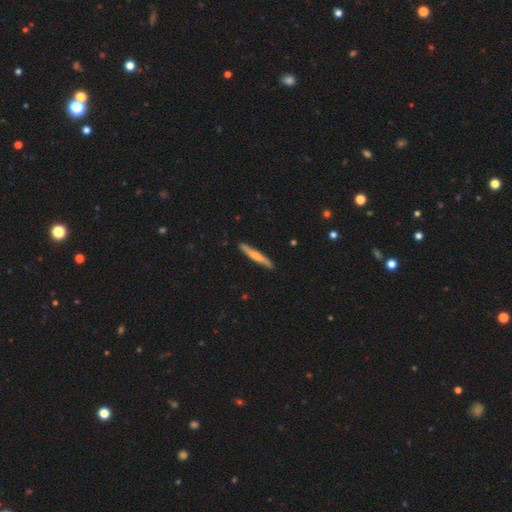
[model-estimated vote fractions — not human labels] smooth-or-featured: smooth: 61% | featured or disk: 35% | star or artifact: 5%
  how-rounded: cigar-shaped: 95% | in between: 4% | round: 1%
  merging: none: 87% | minor disturbance: 10% | major disturbance: 2% | merger: 1%